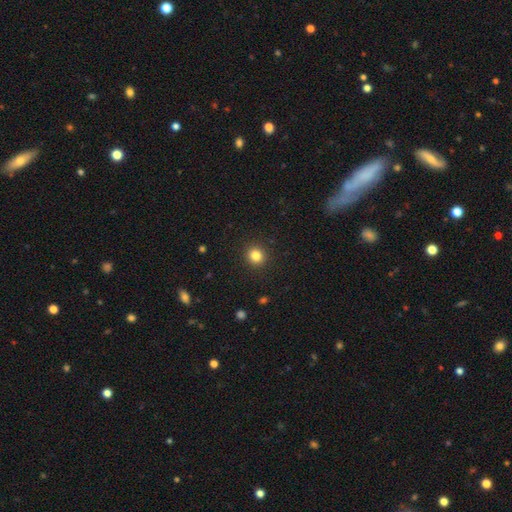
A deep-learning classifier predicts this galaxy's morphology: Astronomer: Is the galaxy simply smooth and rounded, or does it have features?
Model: smooth — 83%.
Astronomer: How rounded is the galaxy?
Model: round — 90%.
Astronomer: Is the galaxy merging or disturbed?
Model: none — 92%.